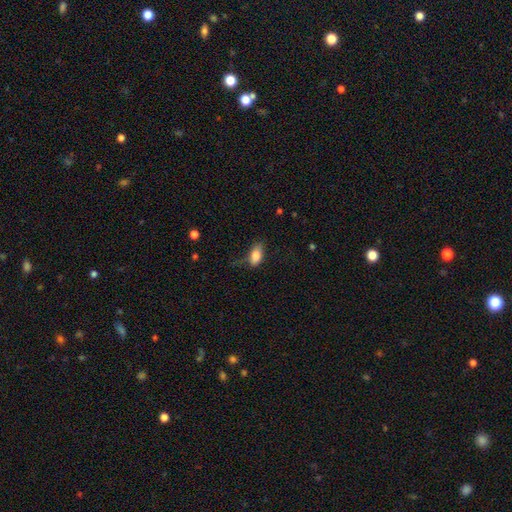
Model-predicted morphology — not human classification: Smooth or featured?
  - smooth: 84% *
  - featured or disk: 9%
  - star or artifact: 7%
How rounded?
  - in between: 90% *
  - cigar-shaped: 5%
  - round: 5%
Merging?
  - none: 56% *
  - minor disturbance: 28%
  - major disturbance: 14%
  - merger: 2%